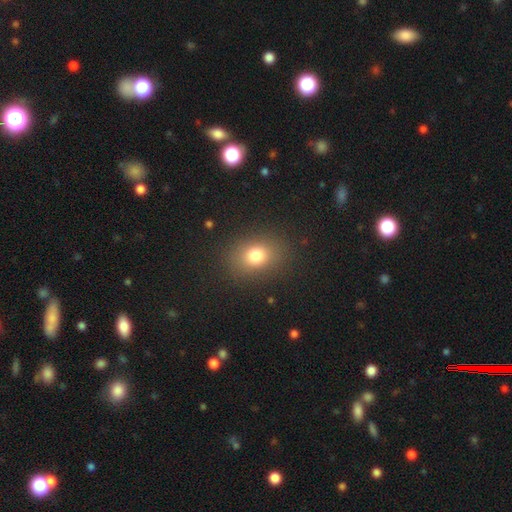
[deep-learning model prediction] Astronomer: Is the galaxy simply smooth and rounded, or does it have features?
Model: smooth — 78%.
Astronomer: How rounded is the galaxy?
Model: in between — 53% (runner-up: round, 46%).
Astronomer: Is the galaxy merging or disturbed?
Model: none — 86%.